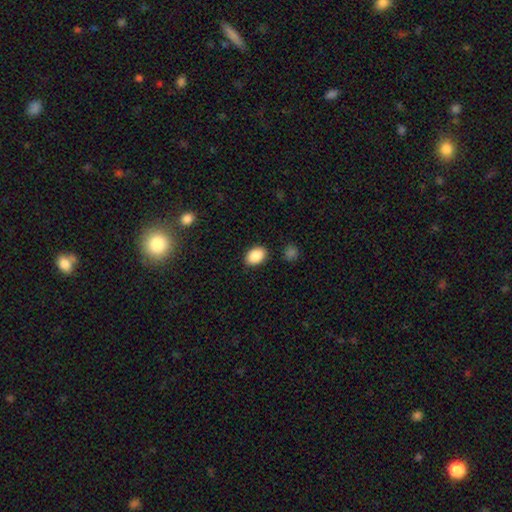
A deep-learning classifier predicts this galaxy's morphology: Q: Smooth or featured?
A: smooth (89%); runner-up: star or artifact (7%)
Q: How rounded?
A: in between (85%); runner-up: round (14%)
Q: Merging?
A: none (87%); runner-up: minor disturbance (9%)